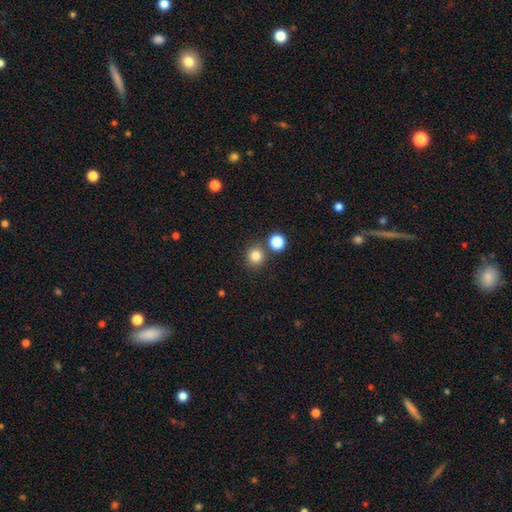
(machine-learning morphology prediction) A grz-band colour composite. It shows a smooth galaxy with no disk features (82%) that is round (90%). Merging: none (78%).